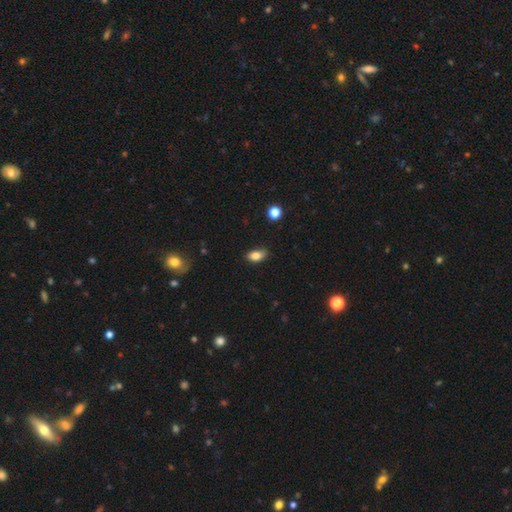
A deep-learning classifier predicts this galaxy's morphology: type=smooth (83%); roundness=in between (89%); merging=none (74%).